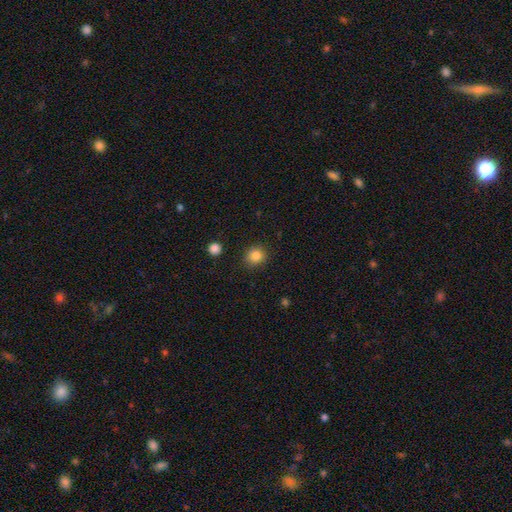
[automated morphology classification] smooth 85%, star or artifact 11%, featured or disk 5%. Down the decision tree: how rounded — round (84%); merging — none (87%).